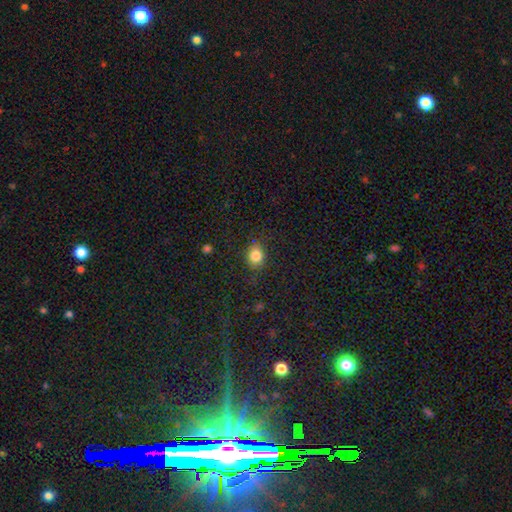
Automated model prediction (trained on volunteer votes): This is clearly a smooth galaxy (84%). How rounded: possibly round (60%). Merging: clearly none (83%).